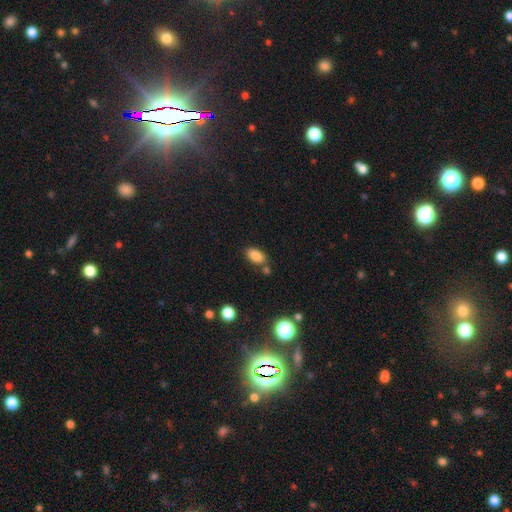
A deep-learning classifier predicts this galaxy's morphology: Smooth or featured?
  - smooth: 84% *
  - star or artifact: 10%
  - featured or disk: 6%
How rounded?
  - in between: 91% *
  - round: 6%
  - cigar-shaped: 3%
Merging?
  - none: 71% *
  - minor disturbance: 13%
  - merger: 12%
  - major disturbance: 3%